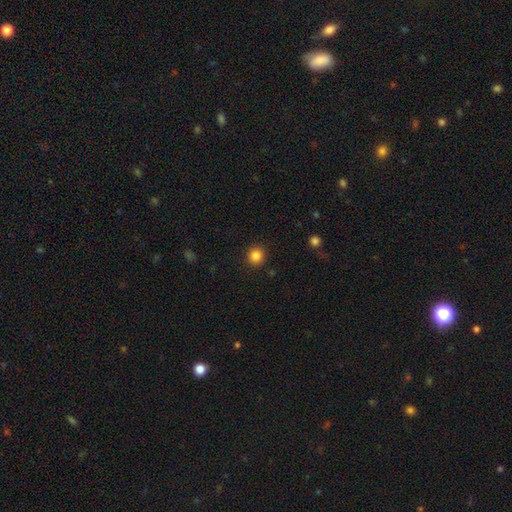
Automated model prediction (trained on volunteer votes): Smooth or featured? Predicted: smooth (p=0.84). How rounded? Predicted: round (p=0.93). Merging? Predicted: none (p=0.92).